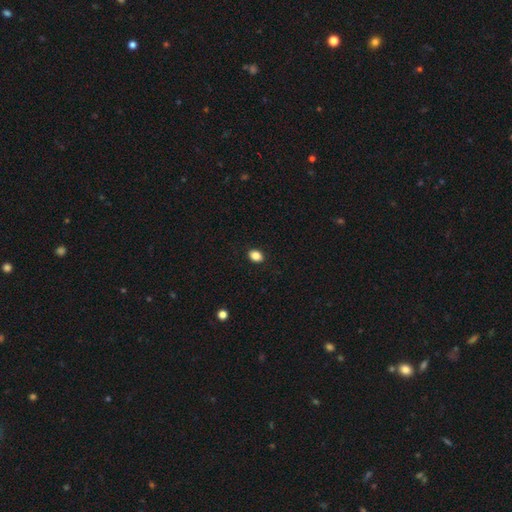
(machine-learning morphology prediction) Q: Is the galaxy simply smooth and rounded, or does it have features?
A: smooth — 86%.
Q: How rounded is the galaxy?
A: in between — 65%.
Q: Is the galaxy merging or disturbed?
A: none — 90%.